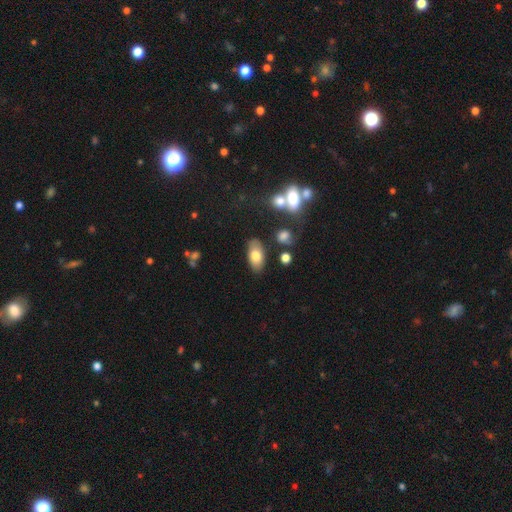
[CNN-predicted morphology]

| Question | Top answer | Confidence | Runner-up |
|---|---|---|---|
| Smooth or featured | smooth | 74% | featured or disk (18%) |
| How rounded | in between | 92% | round (5%) |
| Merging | none | 78% | minor disturbance (13%) |